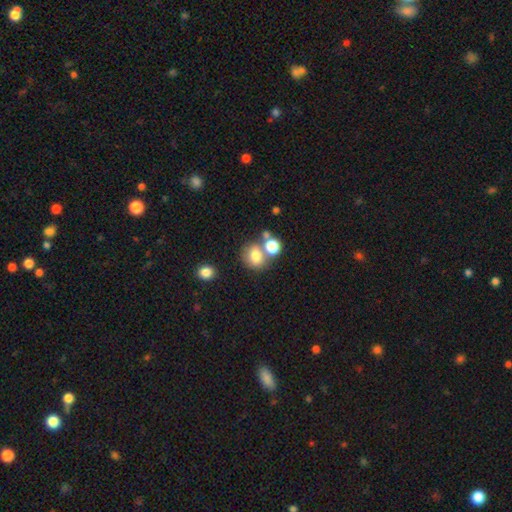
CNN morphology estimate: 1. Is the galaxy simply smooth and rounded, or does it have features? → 76% smooth, 12% star or artifact, 11% featured or disk.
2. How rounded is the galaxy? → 61% round, 38% in between, 1% cigar-shaped.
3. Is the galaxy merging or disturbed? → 51% none, 33% merger, 11% minor disturbance, 5% major disturbance.